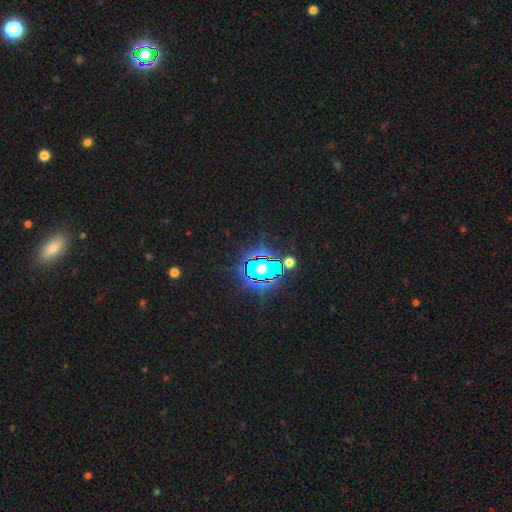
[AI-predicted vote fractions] This is likely a star or artifact rather than a galaxy (75%).